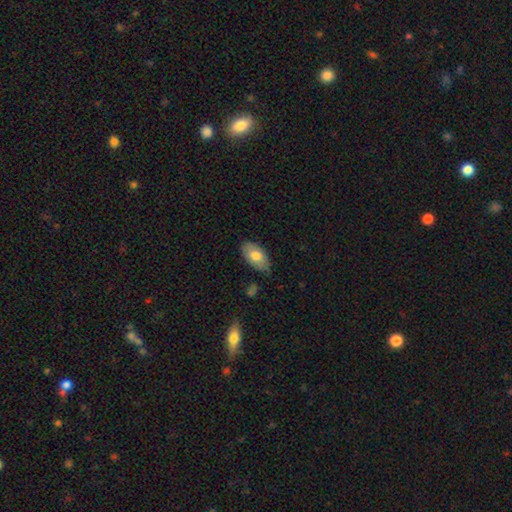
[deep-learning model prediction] smooth-or-featured: smooth: 74% | featured or disk: 19% | star or artifact: 6%
  how-rounded: in between: 94% | round: 4% | cigar-shaped: 2%
  merging: none: 75% | minor disturbance: 20% | major disturbance: 3% | merger: 2%